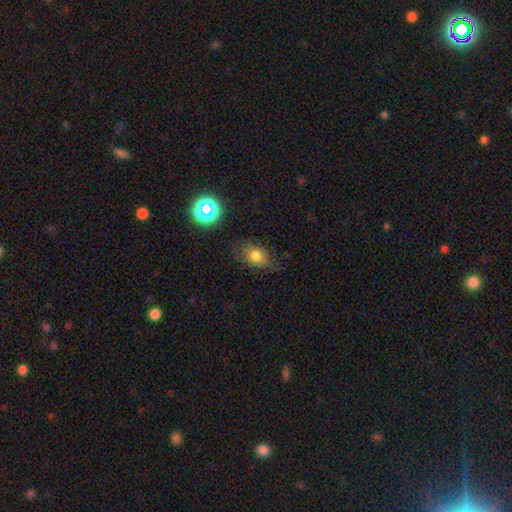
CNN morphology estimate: This is likely a smooth galaxy (73%). How rounded: likely in between (68%). Merging: likely none (65%).